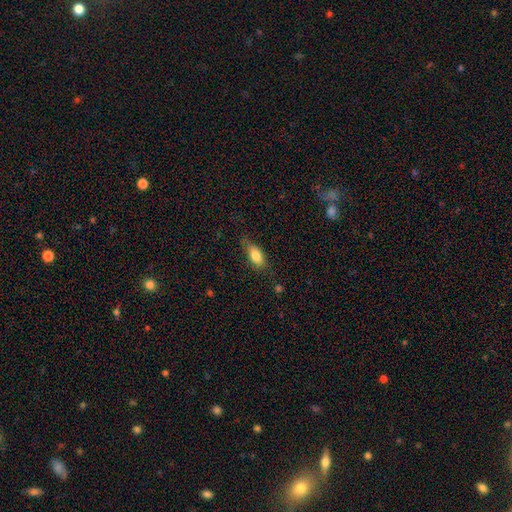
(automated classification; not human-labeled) Smooth or featured? Predicted: smooth (p=0.79). How rounded? Predicted: in between (p=0.82). Merging? Predicted: none (p=0.70).